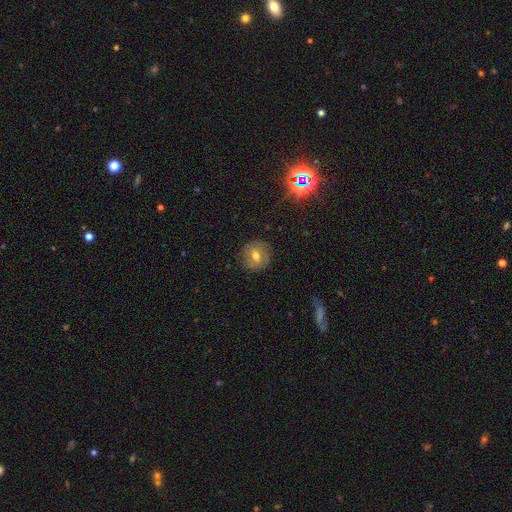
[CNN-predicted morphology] smooth 53%, featured or disk 33%, star or artifact 14%. Down the decision tree: how rounded — round (87%); merging — none (83%).